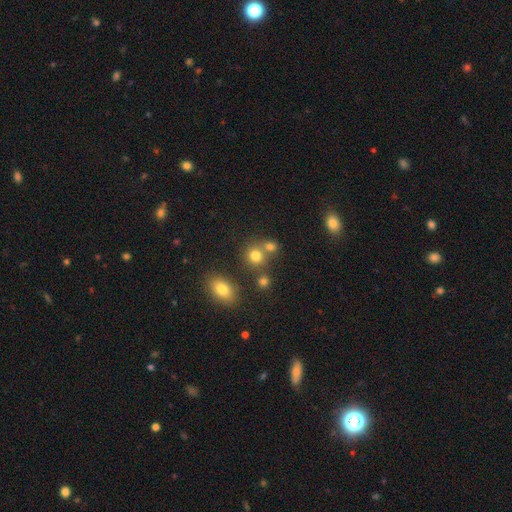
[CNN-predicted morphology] Overall: smooth (77%). How rounded: round (79%). Merging: none (58%; merger 29%).